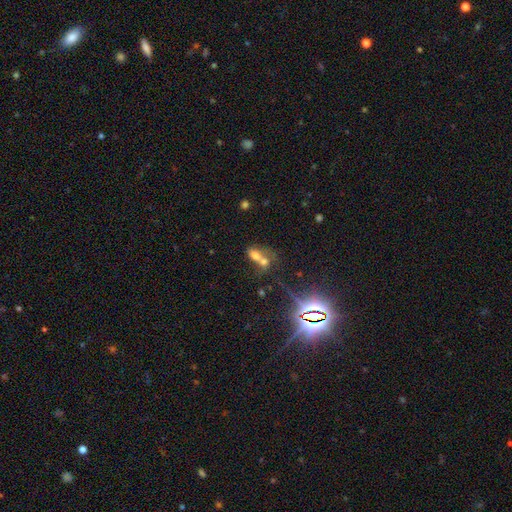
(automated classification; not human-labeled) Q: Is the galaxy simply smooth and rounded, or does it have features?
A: smooth — 59%.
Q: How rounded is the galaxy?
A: in between — 76%.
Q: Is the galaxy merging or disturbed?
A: merger — 71%.